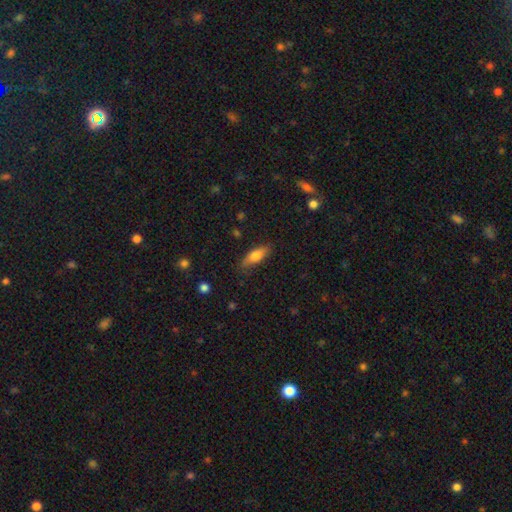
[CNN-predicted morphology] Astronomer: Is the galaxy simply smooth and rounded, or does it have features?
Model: smooth — 74%.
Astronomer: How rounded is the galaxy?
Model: in between — 64%.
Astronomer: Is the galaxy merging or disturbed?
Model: none — 79%.